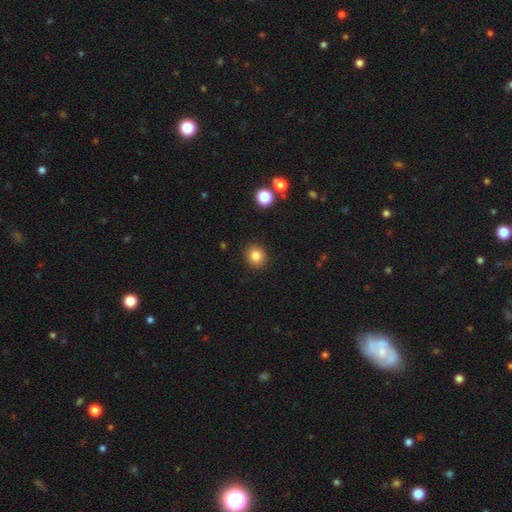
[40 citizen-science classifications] Smooth or featured?
  - smooth: 88% *
  - star or artifact: 10%
  - featured or disk: 2%
How rounded?
  - round: 91% *
  - in between: 9%
  - cigar-shaped: 0%
Merging?
  - none: 100% *
  - minor disturbance: 0%
  - major disturbance: 0%
  - merger: 0%